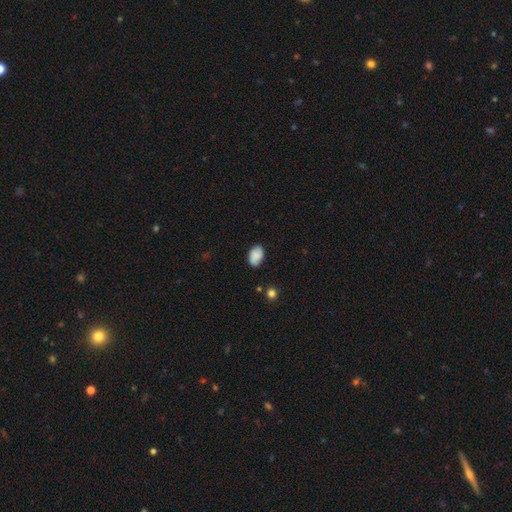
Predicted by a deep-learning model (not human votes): Q: Smooth or featured?
A: smooth (80%); runner-up: featured or disk (12%)
Q: How rounded?
A: in between (85%); runner-up: round (13%)
Q: Merging?
A: none (76%); runner-up: minor disturbance (18%)